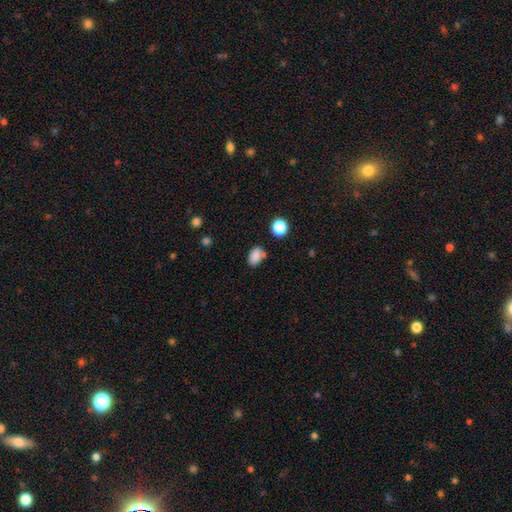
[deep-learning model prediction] Smooth or featured: smooth — 85% (star or artifact — 10%)
How rounded: in between — 81% (round — 17%)
Merging: none — 69% (minor disturbance — 17%)